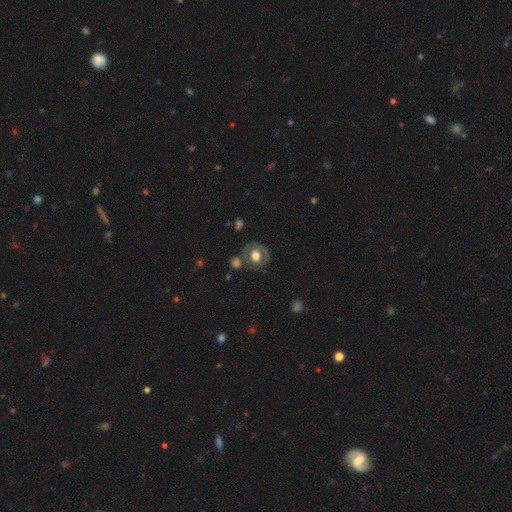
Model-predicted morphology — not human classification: A smooth galaxy with no disk features (49%). Merging: none (63%).